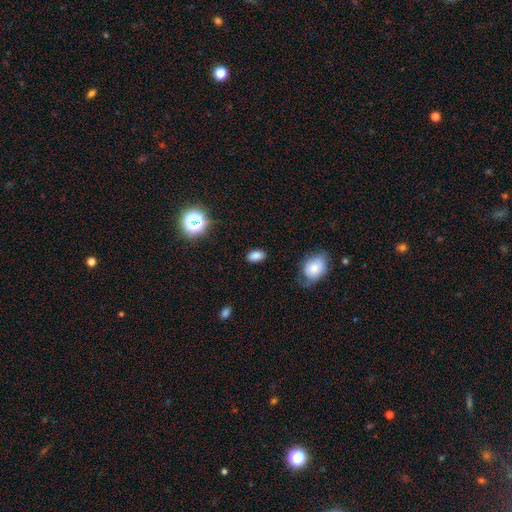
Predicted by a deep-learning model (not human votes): Smooth or featured? Predicted: smooth (p=0.83). How rounded? Predicted: in between (p=0.89). Merging? Predicted: none (p=0.84).